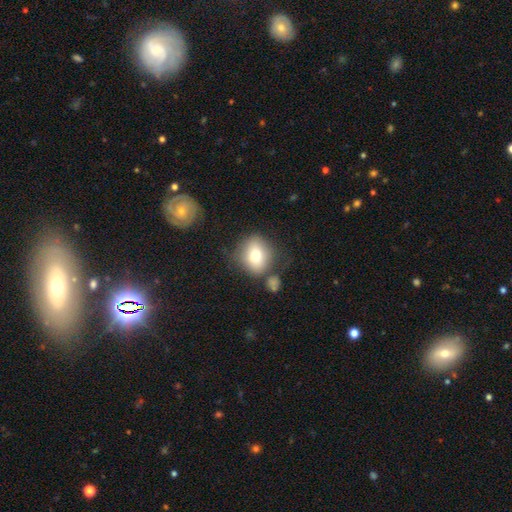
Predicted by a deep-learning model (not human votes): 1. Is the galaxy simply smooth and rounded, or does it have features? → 72% smooth, 18% featured or disk, 10% star or artifact.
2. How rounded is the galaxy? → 67% round, 32% in between, 1% cigar-shaped.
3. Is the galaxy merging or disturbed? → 66% none, 17% minor disturbance, 10% merger, 7% major disturbance.